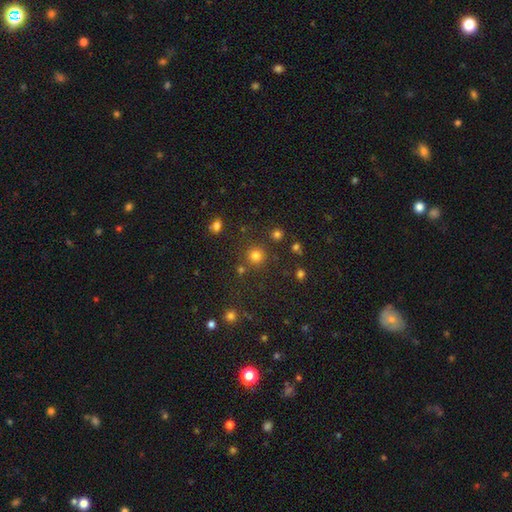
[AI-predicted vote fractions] The model was most divided on "smooth or featured": smooth: 78%, star or artifact: 17%, featured or disk: 5%. More confident: how rounded — round (93%); merging — none (84%).